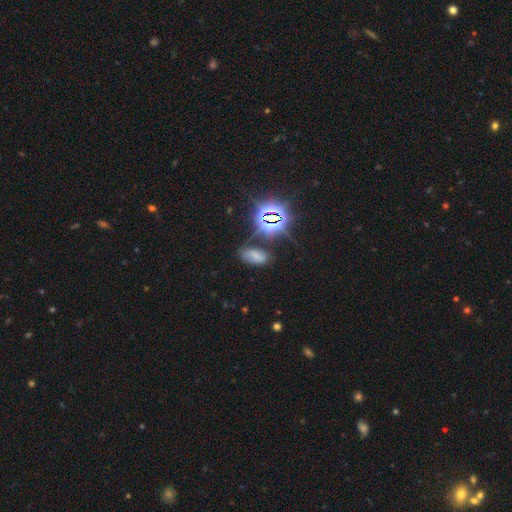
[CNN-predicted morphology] smooth-or-featured: smooth: 49% | star or artifact: 37% | featured or disk: 14%
  merging: none: 66% | minor disturbance: 19% | major disturbance: 9% | merger: 6%